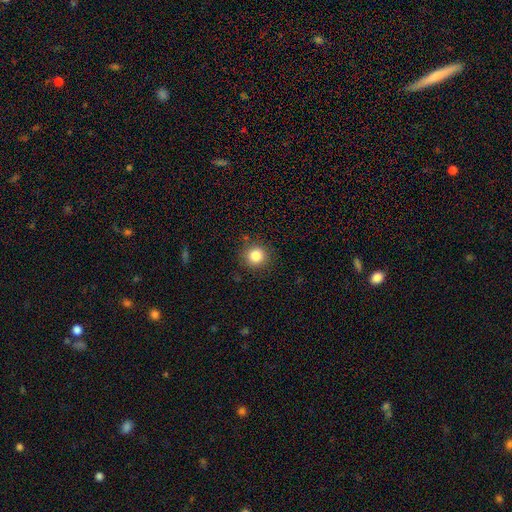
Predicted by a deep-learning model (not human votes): smooth 85%, star or artifact 11%, featured or disk 5%. Down the decision tree: how rounded — round (92%); merging — none (88%).